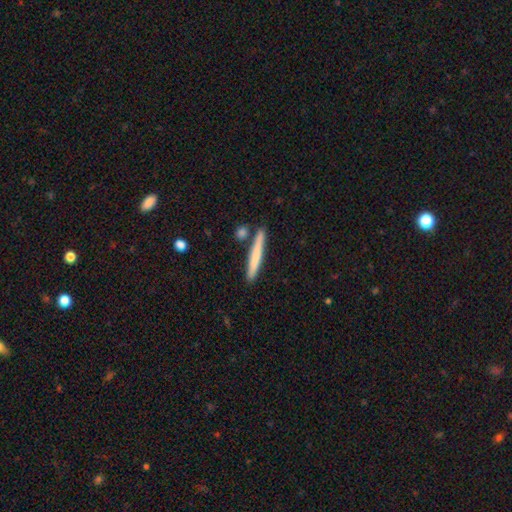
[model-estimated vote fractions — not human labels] smooth 69%, featured or disk 26%, star or artifact 5%. Down the decision tree: how rounded — cigar-shaped (96%); merging — none (85%).